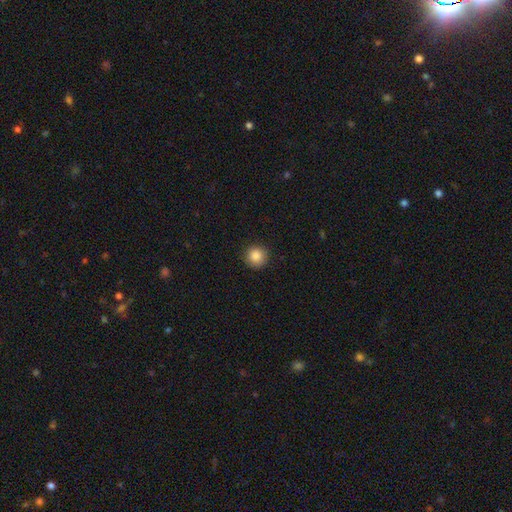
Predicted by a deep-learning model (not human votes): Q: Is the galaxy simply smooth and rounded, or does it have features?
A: smooth — 87%.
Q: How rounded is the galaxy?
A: round — 95%.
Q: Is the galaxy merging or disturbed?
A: none — 90%.